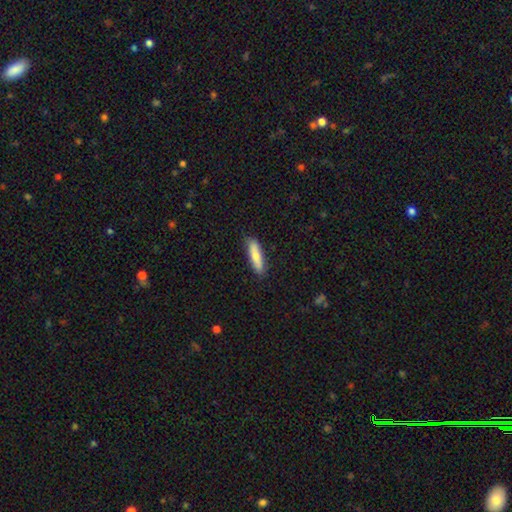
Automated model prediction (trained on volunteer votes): A smooth galaxy with no disk features (74%) that is cigar-shaped (74%).

Vote fractions:
- Smooth or featured? smooth: 74% / featured or disk: 21% / star or artifact: 6%
- How rounded? cigar-shaped: 74% / in between: 25% / round: 2%
- Merging? none: 87% / minor disturbance: 10% / major disturbance: 2% / merger: 1%